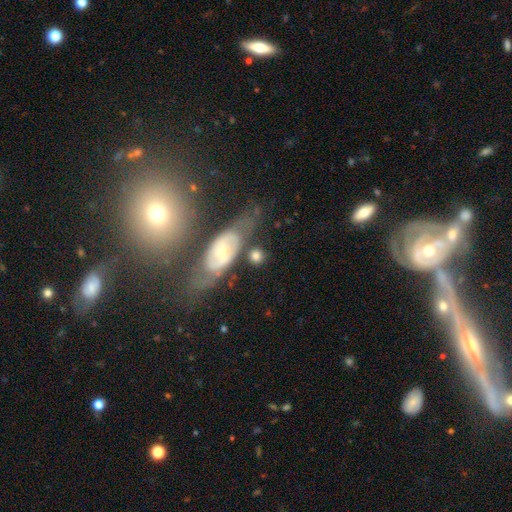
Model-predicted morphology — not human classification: type=smooth (61%); roundness=round (64%); merging=none (61%).